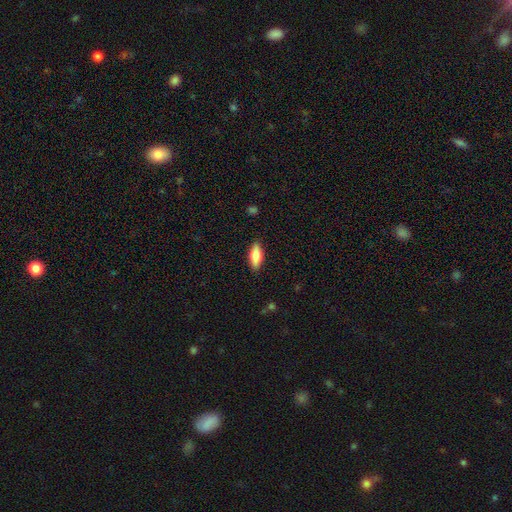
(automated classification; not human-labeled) Smooth or featured?
  - smooth: 81% *
  - featured or disk: 13%
  - star or artifact: 6%
How rounded?
  - in between: 76% *
  - cigar-shaped: 22%
  - round: 2%
Merging?
  - none: 88% *
  - minor disturbance: 9%
  - major disturbance: 2%
  - merger: 1%